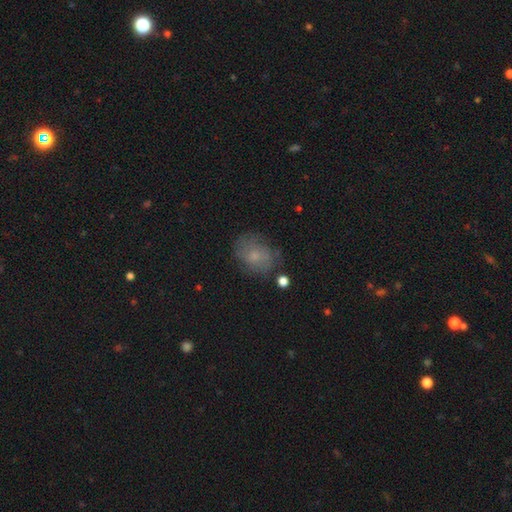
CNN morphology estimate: Smooth or featured? smooth (60%)
How rounded? in between (59%)
Merging? none (64%)